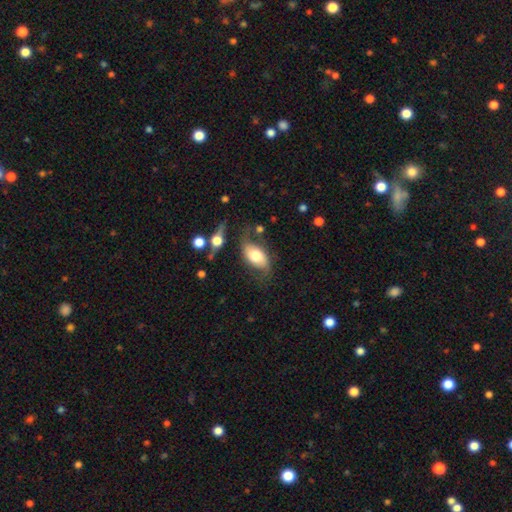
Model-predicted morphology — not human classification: This is possibly a smooth galaxy (50%). Merging: possibly none (55%).